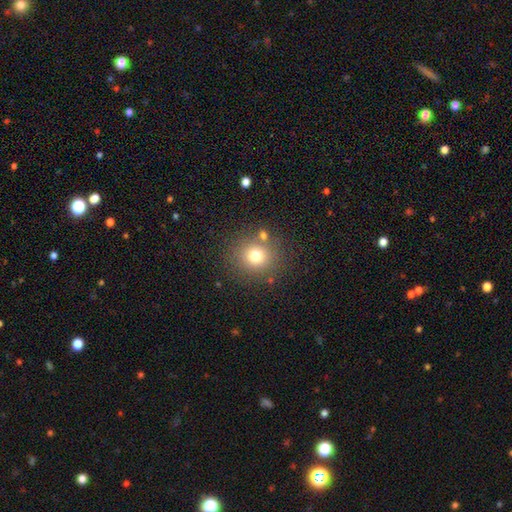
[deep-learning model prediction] smooth-or-featured: smooth: 74% | star or artifact: 15% | featured or disk: 11%
  how-rounded: round: 88% | in between: 11% | cigar-shaped: 1%
  merging: none: 79% | minor disturbance: 9% | merger: 8% | major disturbance: 4%